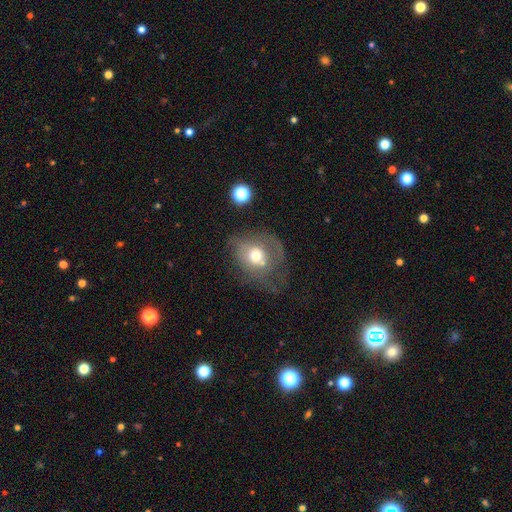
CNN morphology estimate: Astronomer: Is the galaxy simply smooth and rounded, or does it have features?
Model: smooth — 55% (runner-up: featured or disk, 33%).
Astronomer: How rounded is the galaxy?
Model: round — 61% (runner-up: in between, 37%).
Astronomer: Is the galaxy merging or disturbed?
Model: major disturbance — 32% (runner-up: none, 30%).